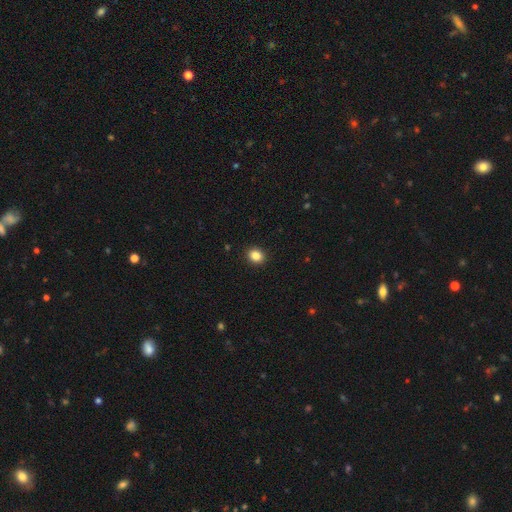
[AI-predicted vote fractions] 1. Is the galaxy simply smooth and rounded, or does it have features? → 85% smooth, 11% star or artifact, 5% featured or disk.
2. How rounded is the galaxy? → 59% round, 40% in between, 1% cigar-shaped.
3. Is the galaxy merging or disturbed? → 92% none, 6% minor disturbance, 2% major disturbance, 1% merger.